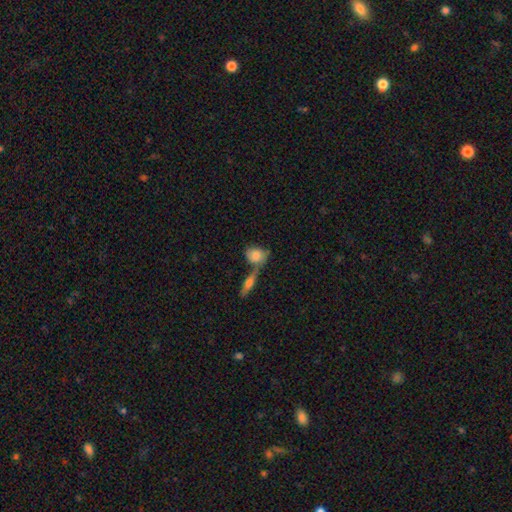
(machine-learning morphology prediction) This is likely a smooth galaxy (76%). How rounded: likely in between (60%). Merging: marginally merger (41%).